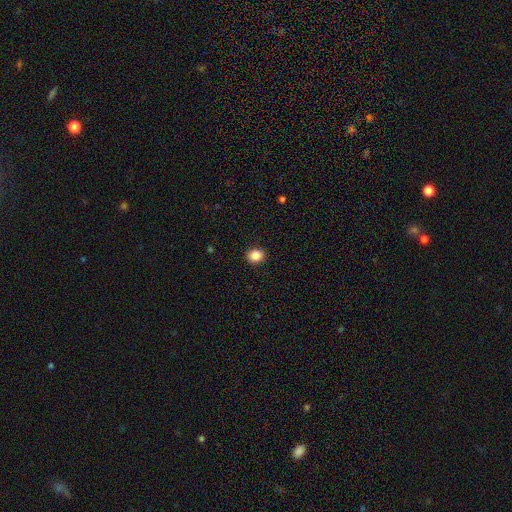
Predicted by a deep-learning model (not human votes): A smooth galaxy with no disk features (86%) that is round (69%). Merging: none (91%).